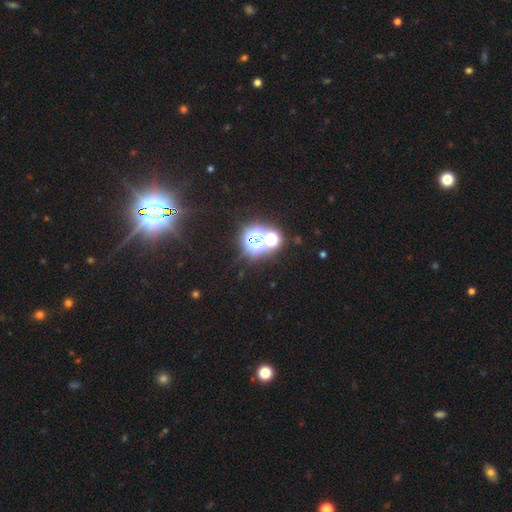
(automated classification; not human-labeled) smooth-or-featured: star or artifact: 68% | smooth: 22% | featured or disk: 10%